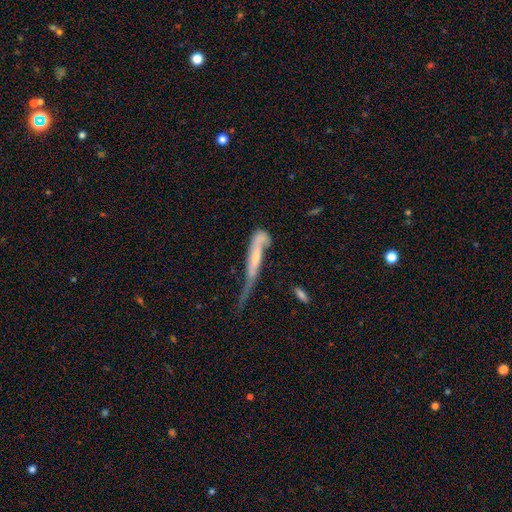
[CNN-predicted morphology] The model was most divided on "edge-on disk": yes: 51%, no: 49%. Remaining: smooth or featured — featured or disk (53%); merging — major disturbance (49%).